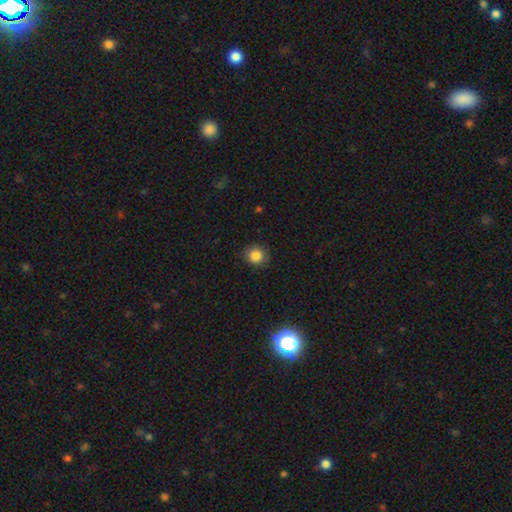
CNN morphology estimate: Q: Smooth or featured?
A: smooth (86%); runner-up: star or artifact (10%)
Q: How rounded?
A: round (88%); runner-up: in between (11%)
Q: Merging?
A: none (87%); runner-up: minor disturbance (10%)